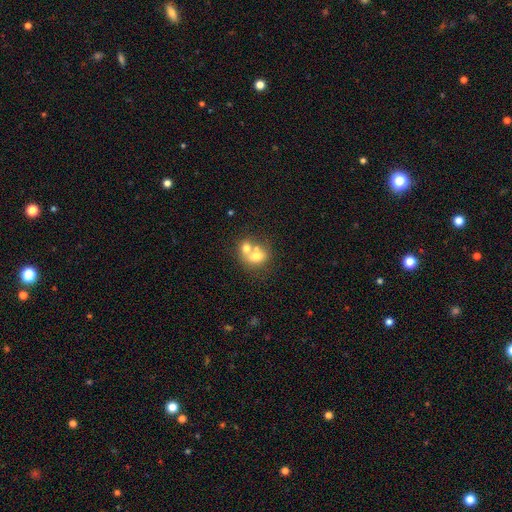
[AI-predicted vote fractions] A smooth galaxy with no disk features (66%) that is round (59%). Merging: merger (63%).